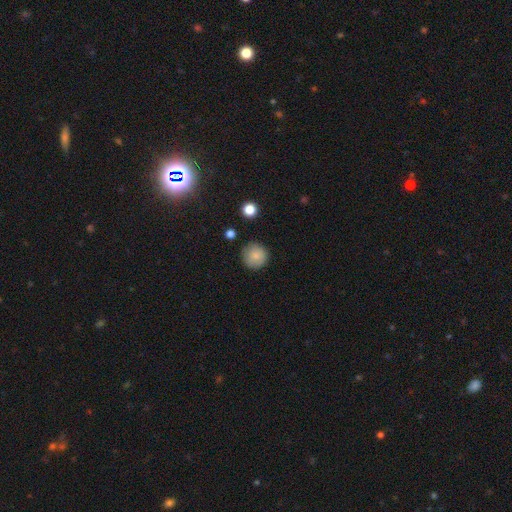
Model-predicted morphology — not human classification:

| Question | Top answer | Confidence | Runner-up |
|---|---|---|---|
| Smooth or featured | smooth | 85% | star or artifact (9%) |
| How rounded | round | 94% | in between (5%) |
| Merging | none | 84% | minor disturbance (11%) |